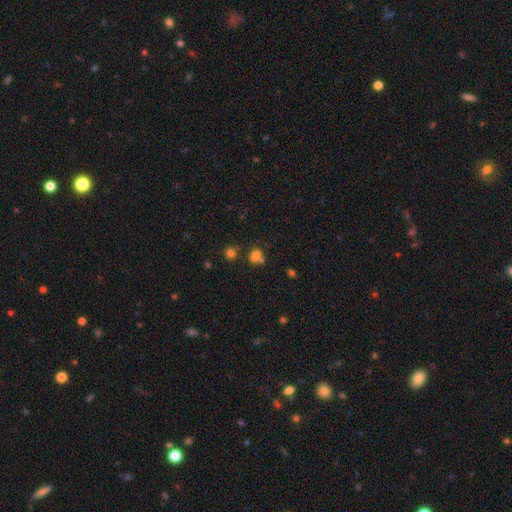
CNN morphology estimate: Overall: smooth (67%). How rounded: round (53%; in between 46%). Merging: none (44%; merger 38%).